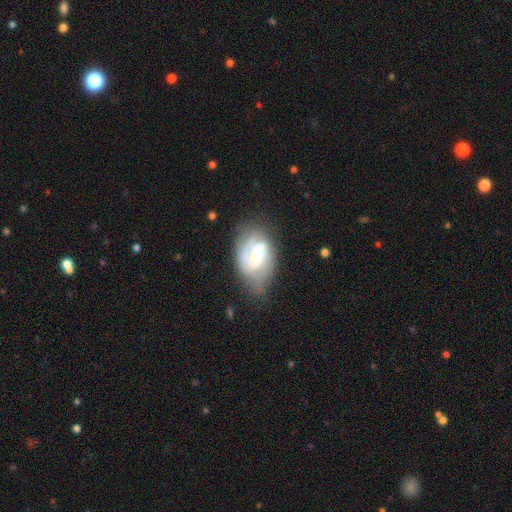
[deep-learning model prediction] A featured or disk galaxy (77%) with a weak bar (45%, tied with no), 2 (56%) tight (46%) spiral arms (91%) and a small central bulge (51%).

Vote fractions:
- Smooth or featured? featured or disk: 77% / smooth: 17% / star or artifact: 6%
- Edge-on disk? no: 97% / yes: 3%
- Bar? weak: 45% (tied) / no: 45% (tied) / strong: 10%
- Spiral arms? yes: 91% / no: 9%
- Spiral winding? tight: 46% / medium: 41% / loose: 12%
- Spiral arm count? 2: 56% / can't tell: 22% / 3: 11% / 1: 7% / 4: 2% / more than 4: 2%
- Bulge size? small: 51% / moderate: 40% / none: 4% / large: 4% / dominant: 1%
- Merging? none: 55% / minor disturbance: 28% / major disturbance: 13% / merger: 3%